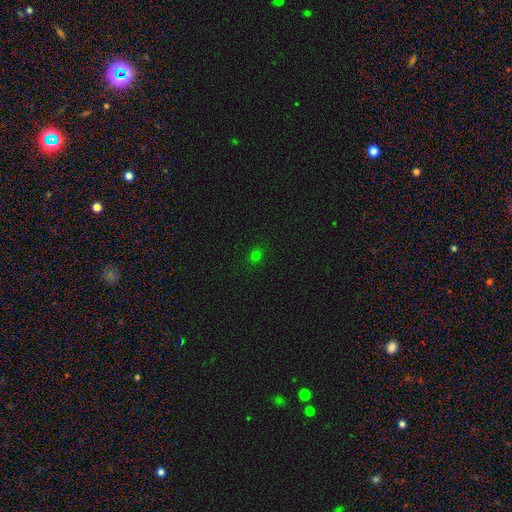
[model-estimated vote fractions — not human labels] smooth-or-featured: smooth: 72% | star or artifact: 23% | featured or disk: 5%
  how-rounded: round: 80% | in between: 19% | cigar-shaped: 1%
  merging: none: 89% | minor disturbance: 8% | major disturbance: 2% | merger: 1%